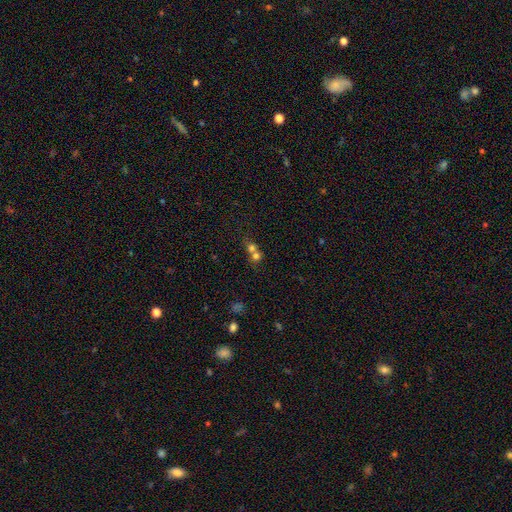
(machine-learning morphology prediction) type=smooth (70%); roundness=round (79%); merging=merger (64%).